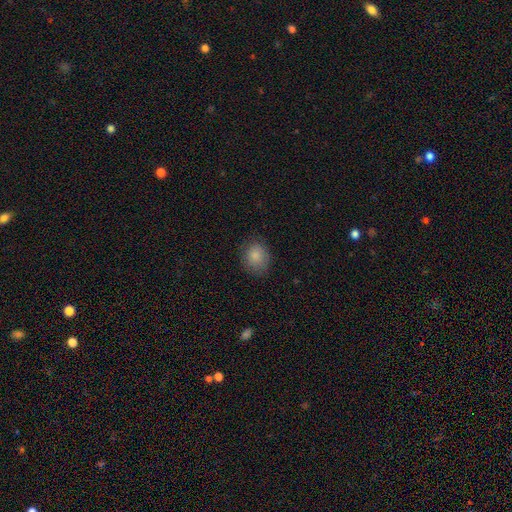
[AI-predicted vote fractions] Overall: smooth (84%). How rounded: round (54%; in between 45%). Merging: none (78%).